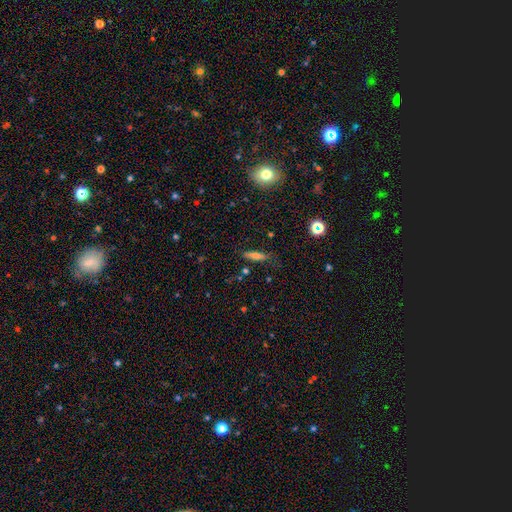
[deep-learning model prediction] The model was most divided on "how rounded": cigar-shaped: 67%, in between: 30%, round: 3%. More confident: merging — none (73%); smooth or featured — smooth (64%).